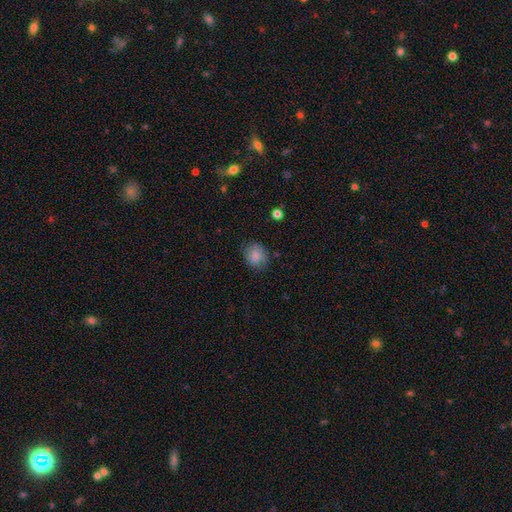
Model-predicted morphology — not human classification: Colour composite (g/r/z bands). It shows a smooth galaxy with no disk features (84%) that is round (63%). Merging: none (77%).